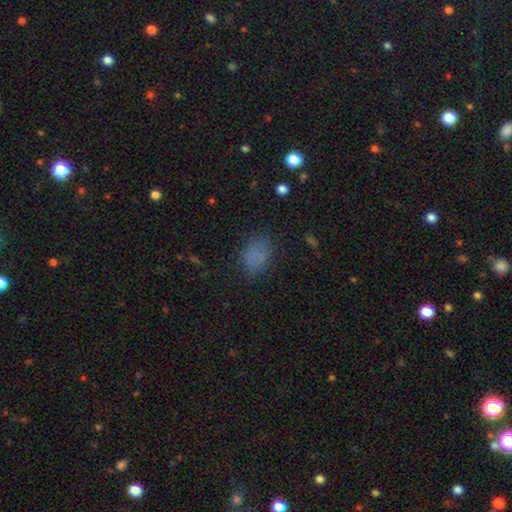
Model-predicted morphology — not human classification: Smooth or featured: smooth — 75% (star or artifact — 16%)
How rounded: in between — 77% (round — 21%)
Merging: none — 71% (minor disturbance — 19%)